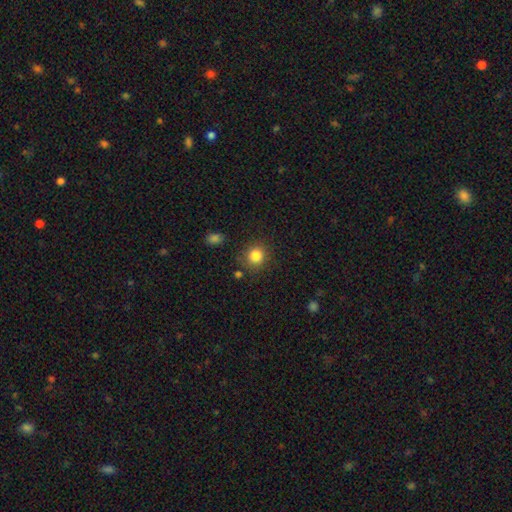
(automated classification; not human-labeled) smooth_or_featured: smooth (p=0.84) [alt: star or artifact p=0.11]
how_rounded: round (p=0.87) [alt: in between p=0.12]
merging: none (p=0.82) [alt: minor disturbance p=0.11]